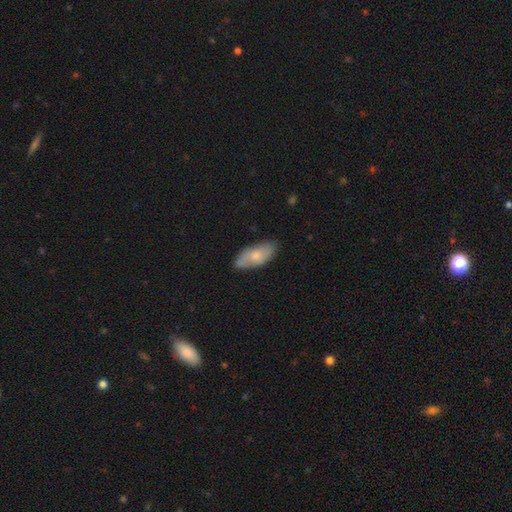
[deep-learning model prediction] smooth-or-featured: smooth: 65% | featured or disk: 29% | star or artifact: 6%
  how-rounded: in between: 87% | cigar-shaped: 11% | round: 2%
  merging: none: 75% | minor disturbance: 20% | major disturbance: 3% | merger: 1%